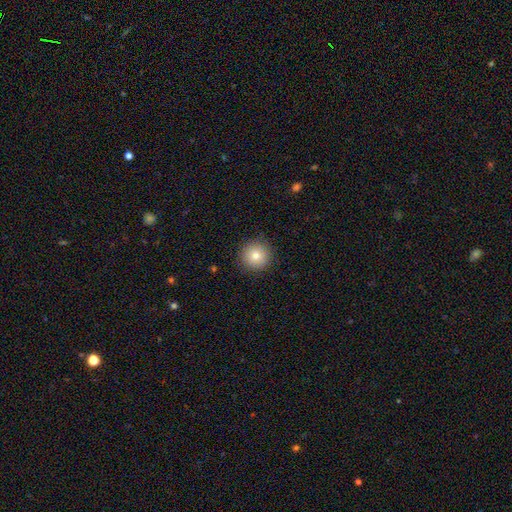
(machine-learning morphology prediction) Smooth or featured? Predicted: smooth (p=0.80). How rounded? Predicted: round (p=0.95). Merging? Predicted: none (p=0.91).